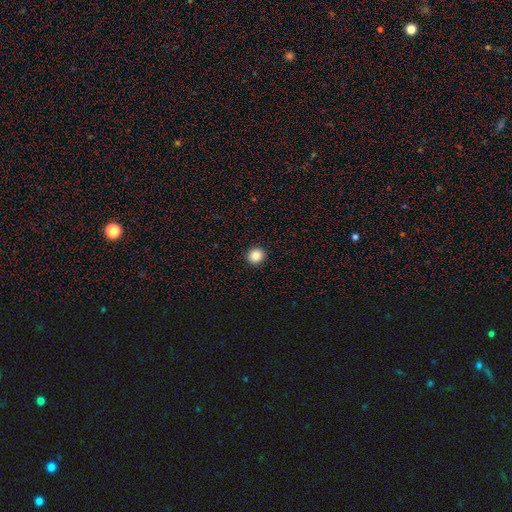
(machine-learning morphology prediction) This is clearly a smooth galaxy (87%). How rounded: clearly round (90%). Merging: clearly none (93%).